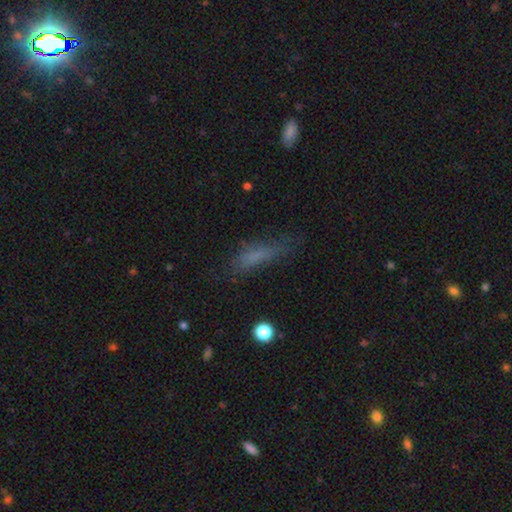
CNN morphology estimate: smooth_or_featured: smooth (p=0.64) [alt: featured or disk p=0.20]
how_rounded: cigar-shaped (p=0.62) [alt: in between p=0.35]
merging: none (p=0.55) [alt: minor disturbance p=0.25]